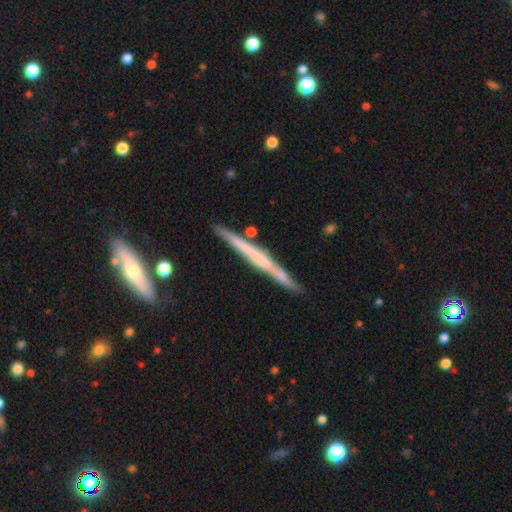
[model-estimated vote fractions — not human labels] The model was most divided on "smooth or featured": featured or disk: 64%, smooth: 31%, star or artifact: 6%. More confident: edge-on disk — yes (97%); merging — none (81%); edge-on bulge — none (67%).